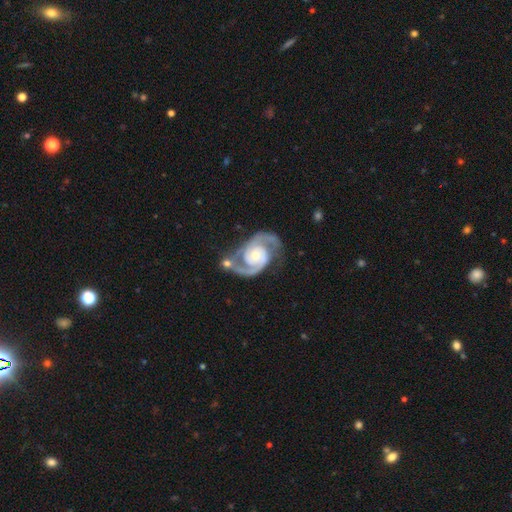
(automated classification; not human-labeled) smooth-or-featured: featured or disk: 93% | star or artifact: 4% | smooth: 3%
  disk-edge-on: no: 98% | yes: 2%
    bar: no: 62% | weak: 28% | strong: 9%
    has-spiral-arms: yes: 98% | no: 2%
      spiral-winding: medium: 50% | tight: 40% | loose: 10%
      spiral-arm-count: 2: 92% | 3: 2% | can't tell: 2% | 1: 1% | 4: 1% | more than 4: 1%
    bulge-size: moderate: 55% | small: 39% | large: 4% | none: 1% | dominant: 1%
  merging: none: 63% | minor disturbance: 18% | merger: 10% | major disturbance: 9%